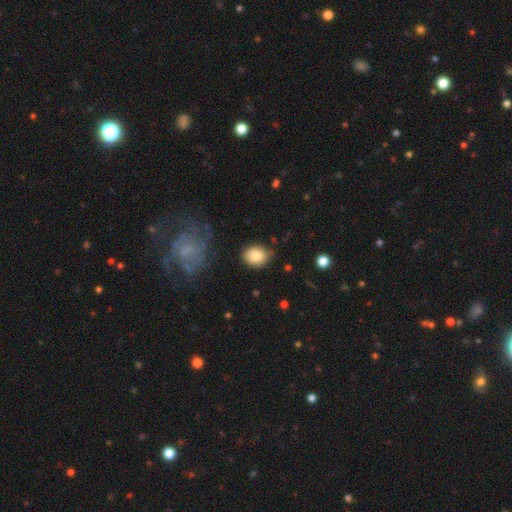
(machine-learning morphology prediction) This is clearly a smooth galaxy (86%). How rounded: possibly round (49%, tied with in between). Merging: clearly none (82%).